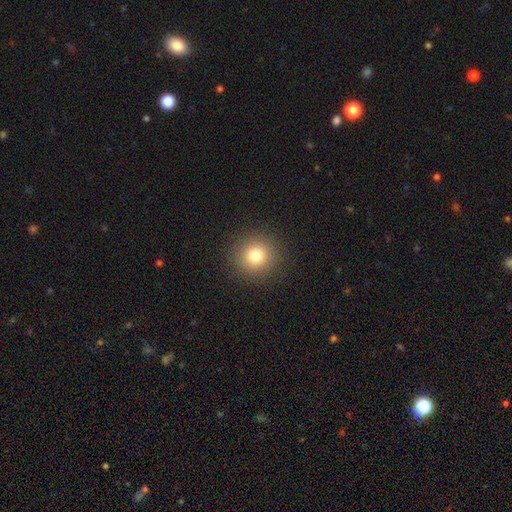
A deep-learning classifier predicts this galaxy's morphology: Smooth or featured?
  - smooth: 79% *
  - star or artifact: 13%
  - featured or disk: 8%
How rounded?
  - round: 93% *
  - in between: 6%
  - cigar-shaped: 1%
Merging?
  - none: 91% *
  - minor disturbance: 5%
  - major disturbance: 2%
  - merger: 1%